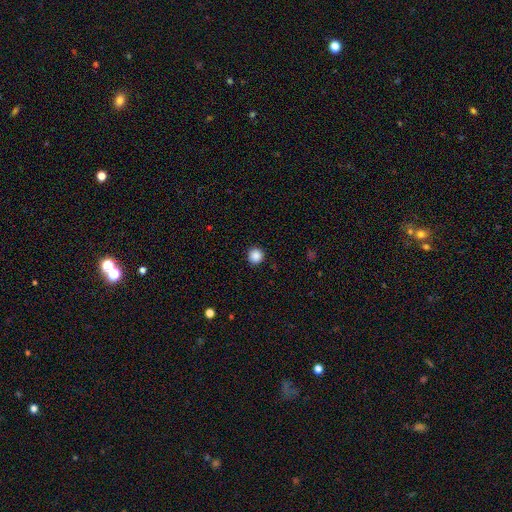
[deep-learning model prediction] This is clearly a smooth galaxy (88%). How rounded: clearly round (94%). Merging: clearly none (93%).